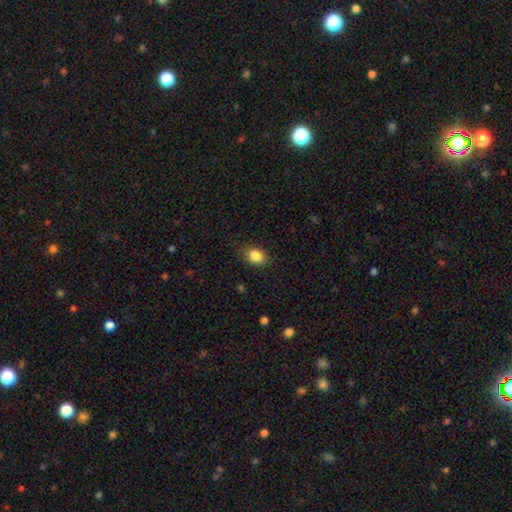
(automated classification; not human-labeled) The model was most divided on "how rounded": in between: 63%, round: 36%, cigar-shaped: 1%. More confident: smooth or featured — smooth (86%); merging — none (85%).